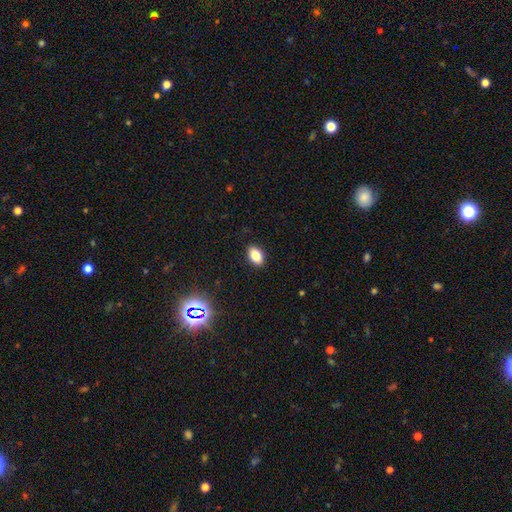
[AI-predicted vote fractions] This is clearly a smooth galaxy (82%). How rounded: clearly in between (89%). Merging: clearly none (89%).